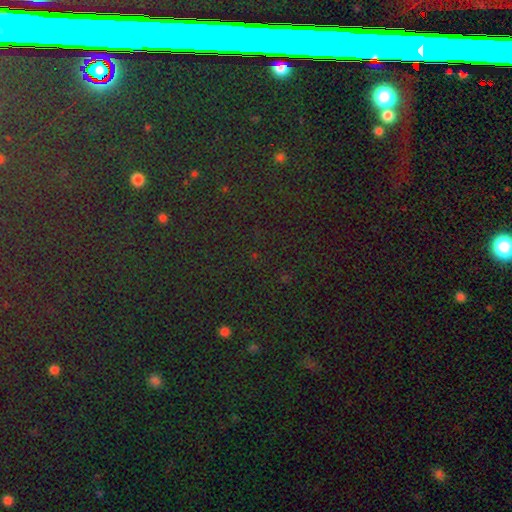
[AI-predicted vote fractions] Morphology: type=star or artifact (75%).